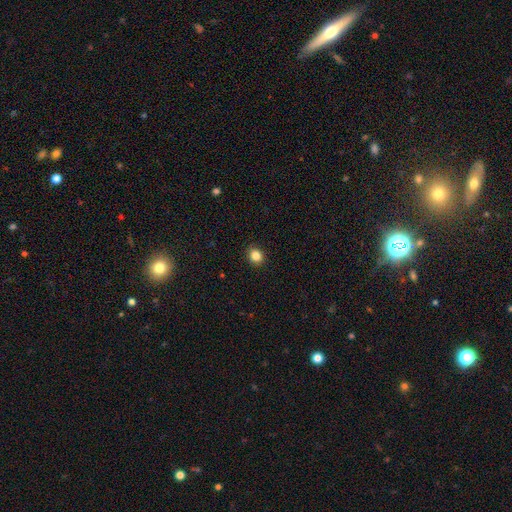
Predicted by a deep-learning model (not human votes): Overall: smooth (85%). How rounded: round (74%). Merging: none (91%).